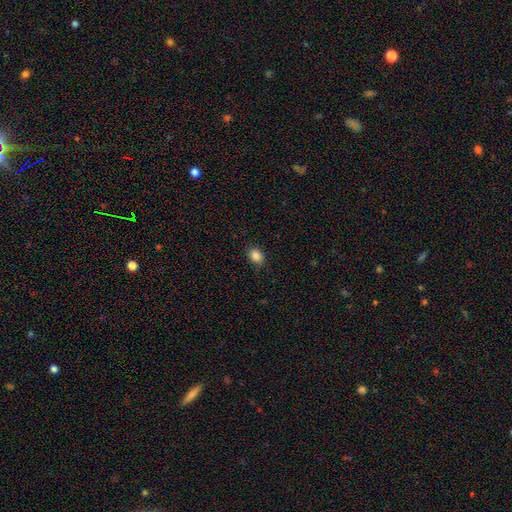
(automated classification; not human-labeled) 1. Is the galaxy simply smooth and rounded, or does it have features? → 85% smooth, 10% star or artifact, 5% featured or disk.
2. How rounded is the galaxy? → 60% in between, 39% round, 1% cigar-shaped.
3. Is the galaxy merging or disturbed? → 85% none, 12% minor disturbance, 2% major disturbance, 1% merger.